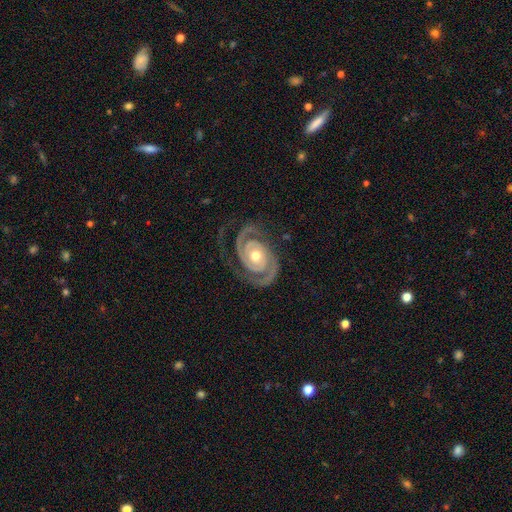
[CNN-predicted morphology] smooth-or-featured: featured or disk: 94% | star or artifact: 4% | smooth: 3%
  disk-edge-on: no: 98% | yes: 2%
    bar: no: 74% | weak: 17% | strong: 9%
    has-spiral-arms: yes: 99% | no: 1%
      spiral-winding: tight: 65% | medium: 31% | loose: 5%
      spiral-arm-count: 2: 93% | 3: 2% | can't tell: 1% | 1: 1% | 4: 1% | more than 4: 1%
    bulge-size: moderate: 71% | small: 24% | large: 3% | dominant: 1% | none: 1%
  merging: none: 82% | minor disturbance: 12% | major disturbance: 5% | merger: 1%